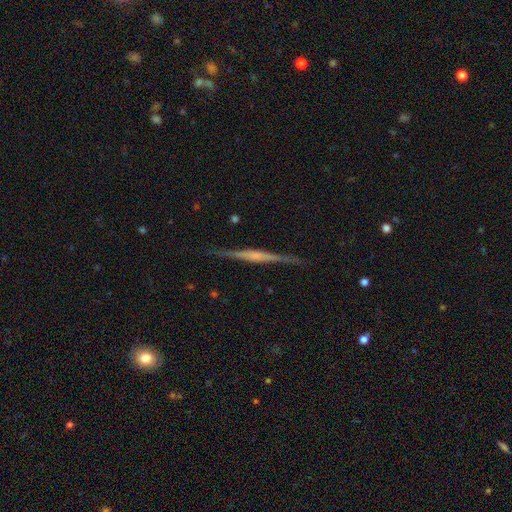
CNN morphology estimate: This appears to be a featured or disk galaxy (79%) viewed edge-on (98%) with a rounded central bulge (49%). Merging: none (90%).